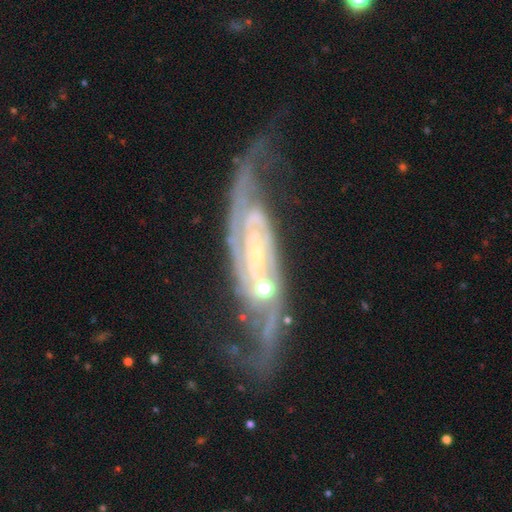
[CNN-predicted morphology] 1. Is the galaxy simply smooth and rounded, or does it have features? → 90% featured or disk, 6% star or artifact, 4% smooth.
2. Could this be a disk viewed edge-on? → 90% no, 10% yes.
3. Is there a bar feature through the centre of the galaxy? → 39% weak, 35% strong, 26% no.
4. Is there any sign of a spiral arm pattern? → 98% yes, 2% no.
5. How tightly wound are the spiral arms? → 48% medium, 31% tight, 21% loose.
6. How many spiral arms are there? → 82% 2, 6% can't tell, 5% 3, 2% 1, 2% 4, 2% more than 4.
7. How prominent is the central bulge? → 68% small, 22% moderate, 6% none, 2% large, 1% dominant.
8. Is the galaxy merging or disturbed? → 61% none, 19% minor disturbance, 13% major disturbance, 8% merger.